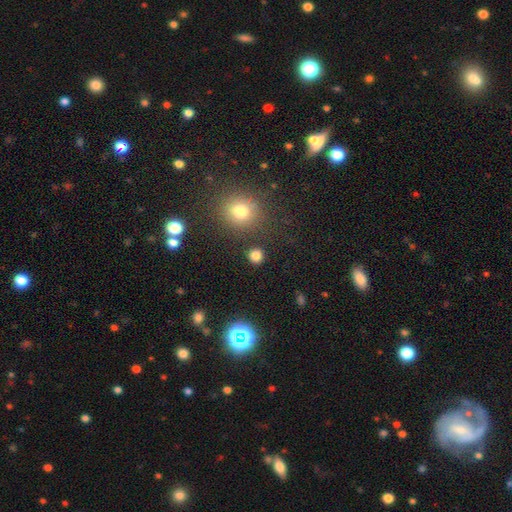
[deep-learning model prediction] Overall: smooth (81%). How rounded: round (90%). Merging: none (88%).